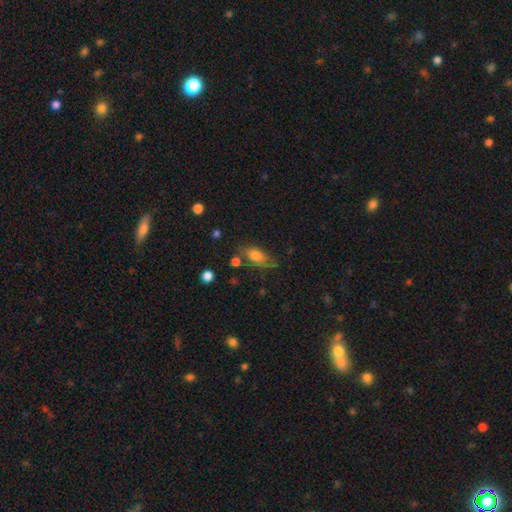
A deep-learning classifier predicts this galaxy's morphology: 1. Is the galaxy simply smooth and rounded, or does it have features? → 75% smooth, 16% featured or disk, 10% star or artifact.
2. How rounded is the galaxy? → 83% in between, 11% cigar-shaped, 6% round.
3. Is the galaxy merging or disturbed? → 60% none, 25% minor disturbance, 9% major disturbance, 6% merger.